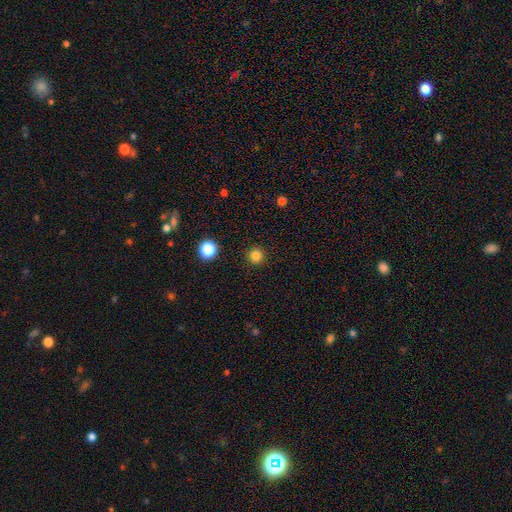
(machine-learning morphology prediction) smooth_or_featured: smooth (p=0.83) [alt: star or artifact p=0.14]
how_rounded: round (p=0.95) [alt: in between p=0.04]
merging: none (p=0.92) [alt: minor disturbance p=0.05]